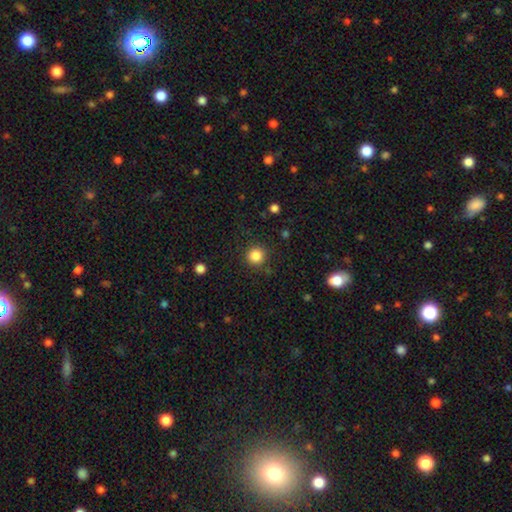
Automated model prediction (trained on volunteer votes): This appears to be a smooth galaxy with no disk features (85%) that is round (93%). Merging: none (88%).